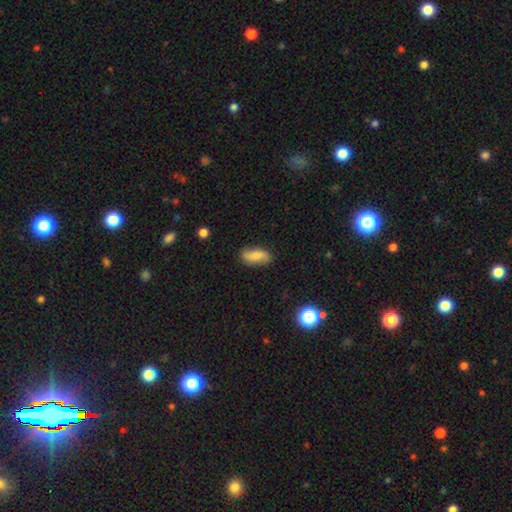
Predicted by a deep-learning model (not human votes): Smooth or featured? Predicted: smooth (p=0.73). How rounded? Predicted: in between (p=0.80). Merging? Predicted: none (p=0.80).